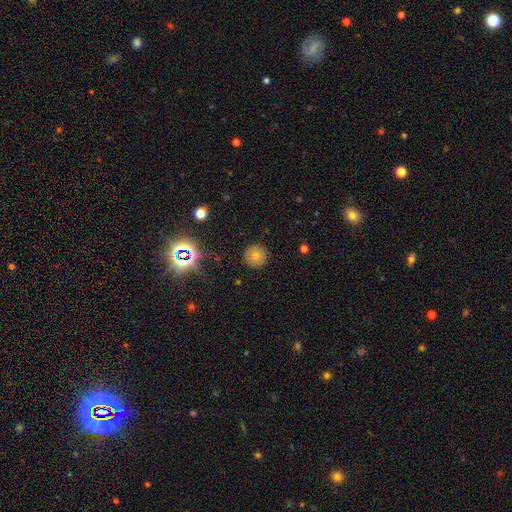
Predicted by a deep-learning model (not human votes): This appears to be a smooth galaxy with no disk features (70%) that is round (95%). Merging: none (90%).